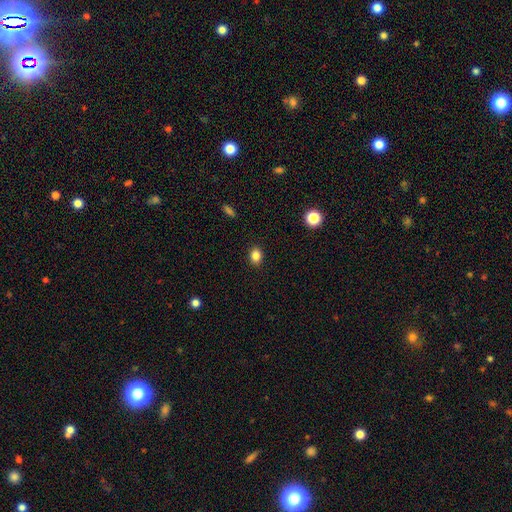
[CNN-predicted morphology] A smooth galaxy with no disk features (85%) that is in between round and cigar-shaped (53%). Merging: none (90%).